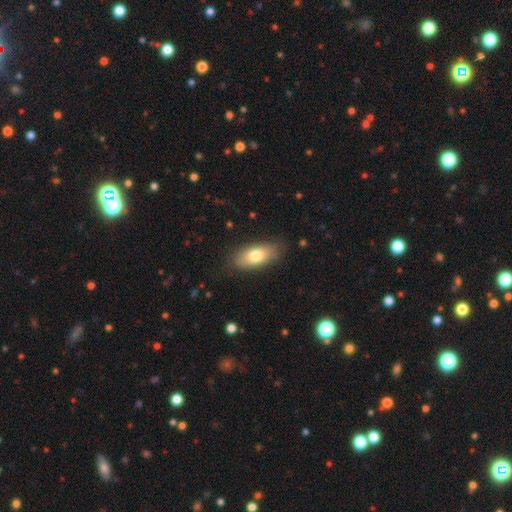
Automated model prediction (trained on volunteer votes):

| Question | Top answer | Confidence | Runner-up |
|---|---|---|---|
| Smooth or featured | smooth | 74% | featured or disk (19%) |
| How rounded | in between | 83% | cigar-shaped (13%) |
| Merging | none | 81% | minor disturbance (14%) |